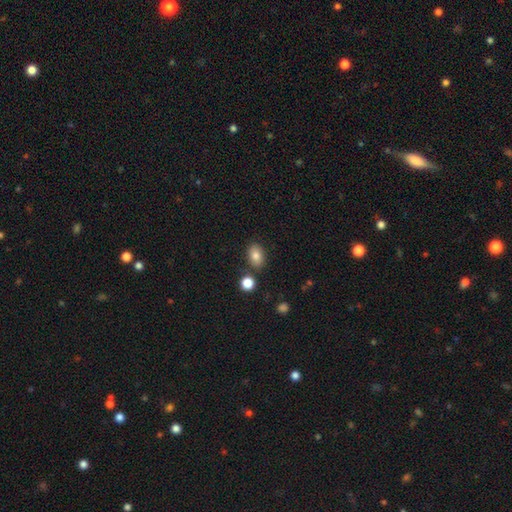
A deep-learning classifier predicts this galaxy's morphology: This appears to be a smooth galaxy with no disk features (81%) that is in between round and cigar-shaped (81%). Merging: none (79%).